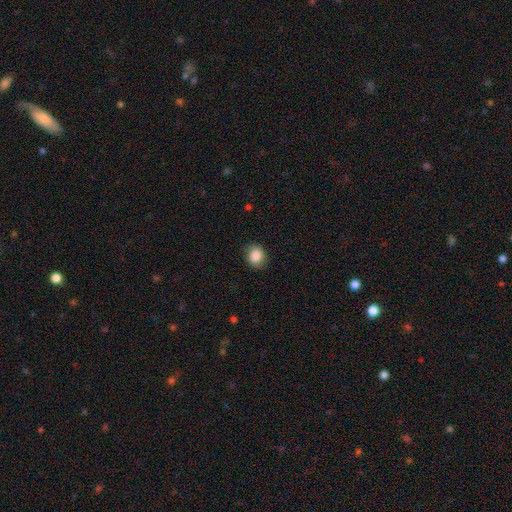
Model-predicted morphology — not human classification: This appears to be a smooth galaxy with no disk features (86%) that is round (60%). Merging: none (86%).